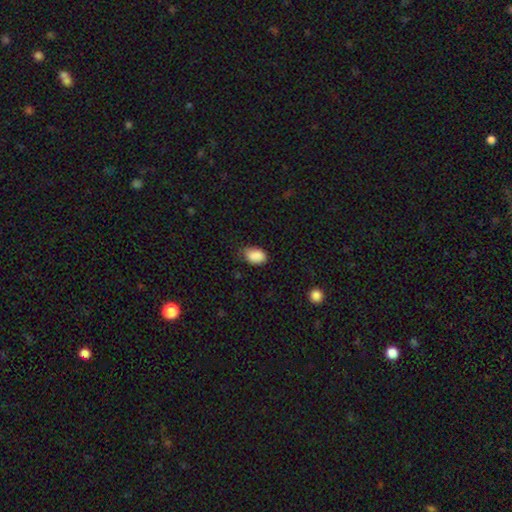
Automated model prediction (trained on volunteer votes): smooth-or-featured: smooth: 89% | star or artifact: 8% | featured or disk: 4%
  how-rounded: in between: 83% | round: 16% | cigar-shaped: 1%
  merging: none: 64% | minor disturbance: 29% | major disturbance: 5% | merger: 1%